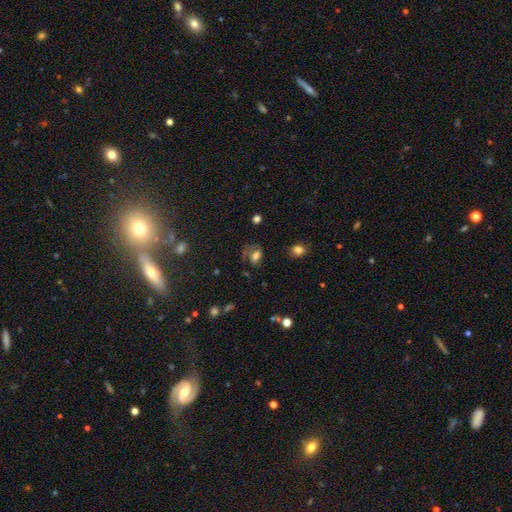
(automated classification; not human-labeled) smooth-or-featured: smooth: 62% | featured or disk: 21% | star or artifact: 17%
  how-rounded: in between: 76% | round: 21% | cigar-shaped: 3%
  merging: none: 44% | major disturbance: 26% | minor disturbance: 25% | merger: 5%